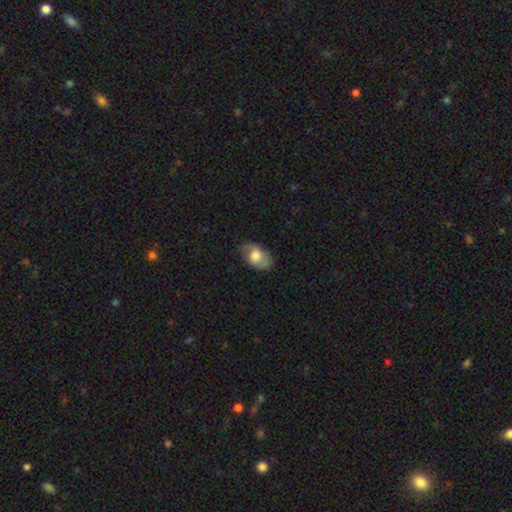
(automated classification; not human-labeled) Smooth or featured: smooth — 64% (featured or disk — 29%)
How rounded: in between — 88% (round — 10%)
Merging: none — 74% (minor disturbance — 20%)